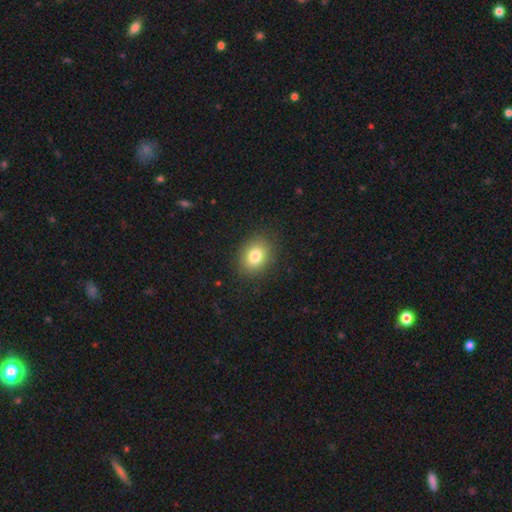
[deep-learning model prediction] Q: Smooth or featured?
A: smooth (81%); runner-up: star or artifact (11%)
Q: How rounded?
A: in between (58%); runner-up: round (41%)
Q: Merging?
A: none (89%); runner-up: minor disturbance (8%)